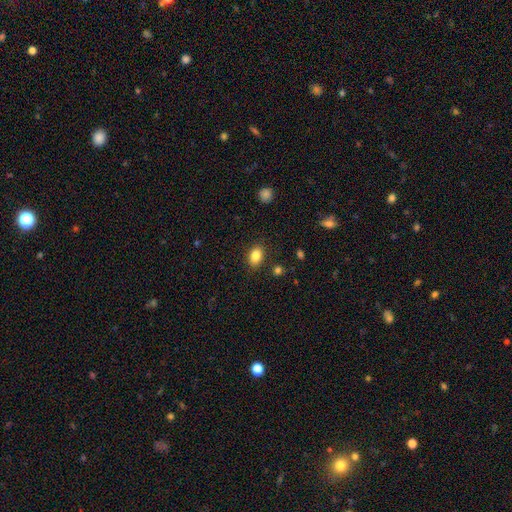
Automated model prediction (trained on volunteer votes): smooth_or_featured: smooth (p=0.85) [alt: star or artifact p=0.09]
how_rounded: in between (p=0.79) [alt: round p=0.20]
merging: none (p=0.86) [alt: minor disturbance p=0.09]